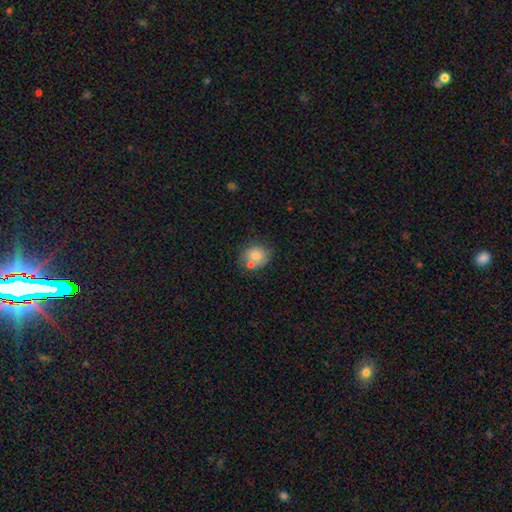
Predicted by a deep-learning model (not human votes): smooth_or_featured: smooth (p=0.75) [alt: featured or disk p=0.16]
how_rounded: round (p=0.65) [alt: in between p=0.34]
merging: none (p=0.52) [alt: merger p=0.26]